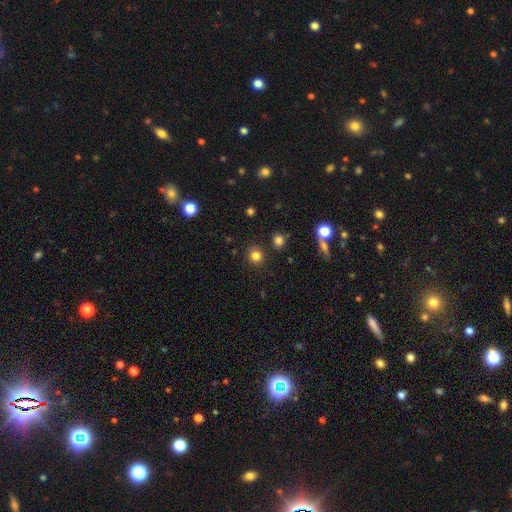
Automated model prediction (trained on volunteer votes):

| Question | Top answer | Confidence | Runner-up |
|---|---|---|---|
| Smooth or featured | smooth | 82% | star or artifact (13%) |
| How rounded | round | 88% | in between (11%) |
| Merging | none | 87% | minor disturbance (7%) |